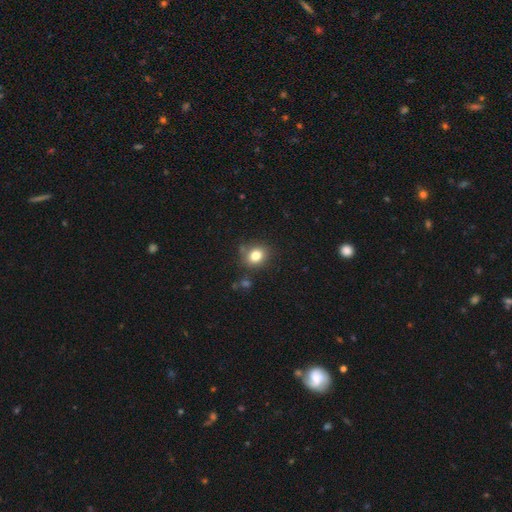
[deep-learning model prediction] Smooth or featured: smooth — 80% (star or artifact — 12%)
How rounded: round — 60% (in between — 39%)
Merging: none — 76% (minor disturbance — 15%)